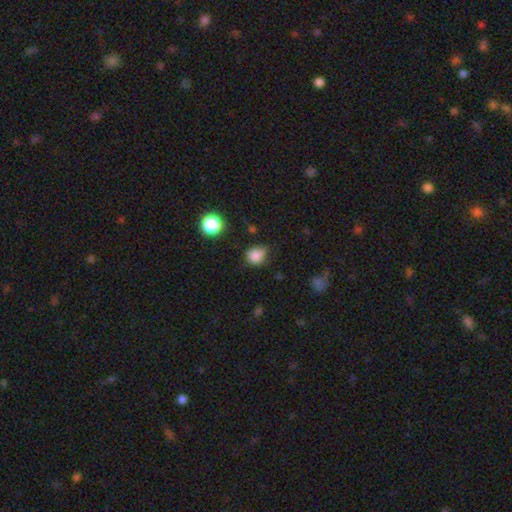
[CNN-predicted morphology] Smooth or featured: smooth — 83% (star or artifact — 12%)
How rounded: round — 77% (in between — 22%)
Merging: none — 60% (minor disturbance — 30%)